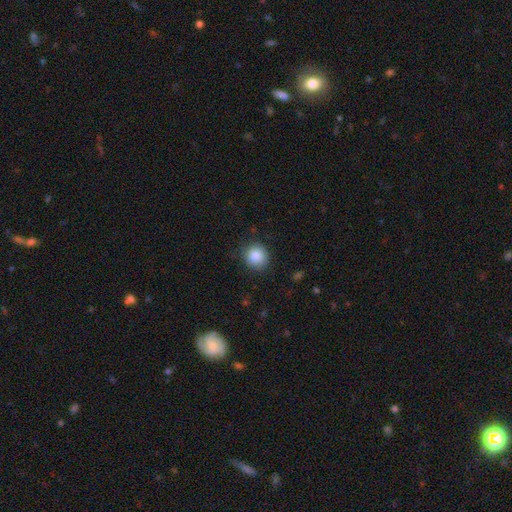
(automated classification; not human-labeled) This is clearly a smooth galaxy (86%). How rounded: clearly round (86%). Merging: clearly none (82%).